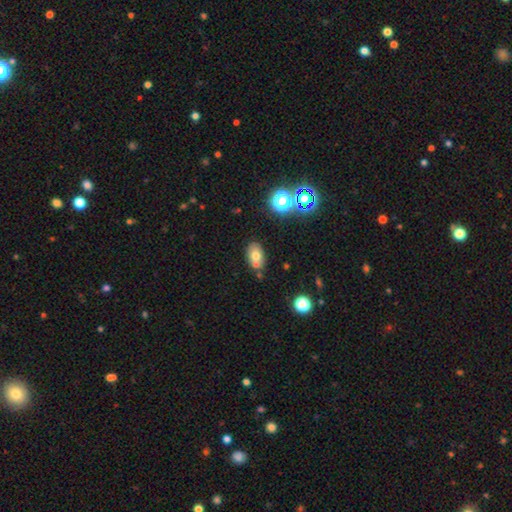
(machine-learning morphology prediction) Overall: smooth (69%). How rounded: in between (81%). Merging: none (61%; merger 21%).